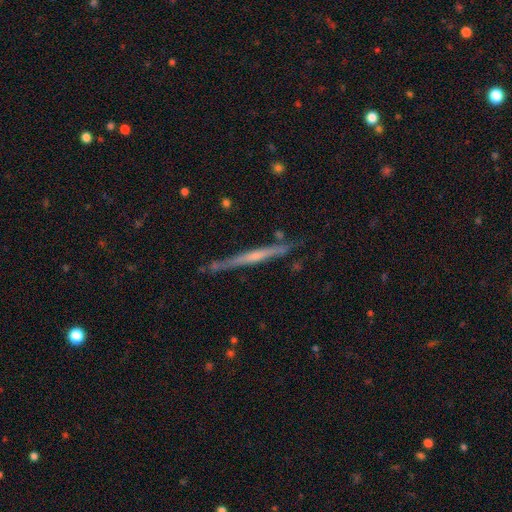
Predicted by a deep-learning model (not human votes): smooth-or-featured: featured or disk: 70% | smooth: 24% | star or artifact: 6%
  disk-edge-on: yes: 97% | no: 3%
    edge-on-bulge: none: 49% | rounded: 44% | boxy: 7%
  merging: none: 80% | minor disturbance: 14% | merger: 3% | major disturbance: 2%